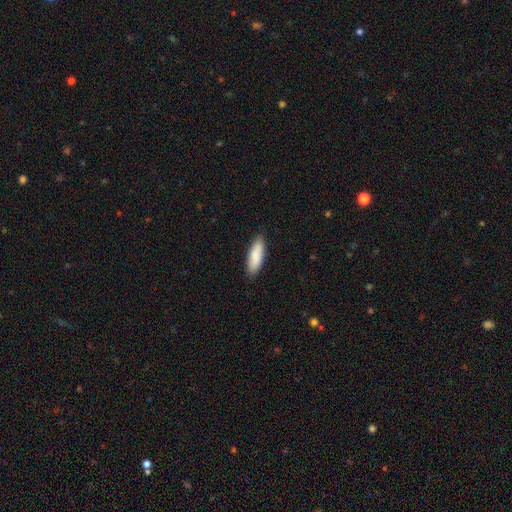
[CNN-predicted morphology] A smooth galaxy with no disk features (86%) that is in between round and cigar-shaped (53%).

Vote fractions:
- Smooth or featured? smooth: 86% / featured or disk: 9% / star or artifact: 5%
- How rounded? in between: 53% / cigar-shaped: 46% / round: 2%
- Merging? none: 87% / minor disturbance: 10% / major disturbance: 2% / merger: 1%